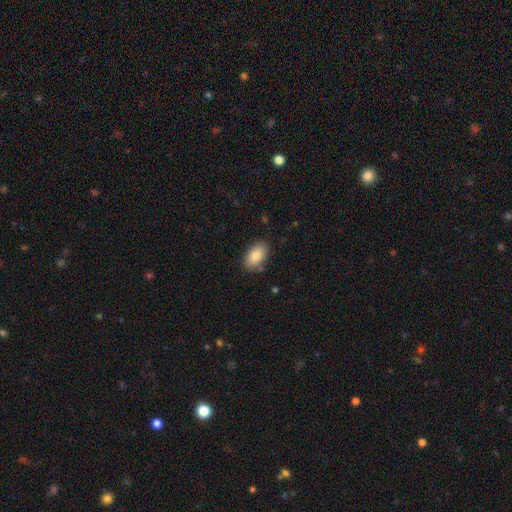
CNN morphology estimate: smooth-or-featured: smooth: 86% | featured or disk: 7% | star or artifact: 7%
  how-rounded: in between: 93% | round: 5% | cigar-shaped: 2%
  merging: none: 83% | minor disturbance: 12% | major disturbance: 3% | merger: 2%